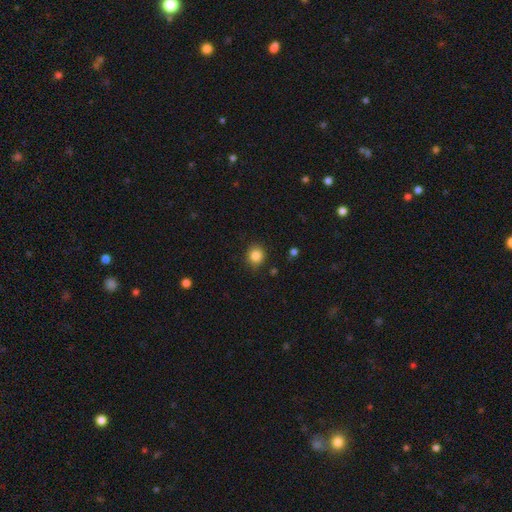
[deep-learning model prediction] This appears to be a smooth galaxy with no disk features (85%) that is round (81%). Merging: none (85%).